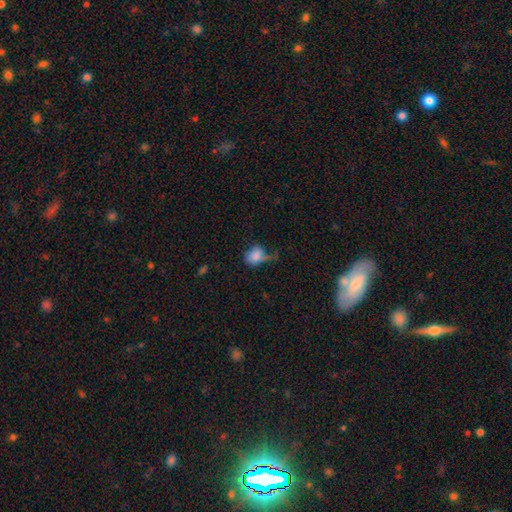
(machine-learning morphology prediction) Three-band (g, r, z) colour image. It shows a smooth galaxy with no disk features (77%) that is in between round and cigar-shaped (66%). Merging: major disturbance (36%).